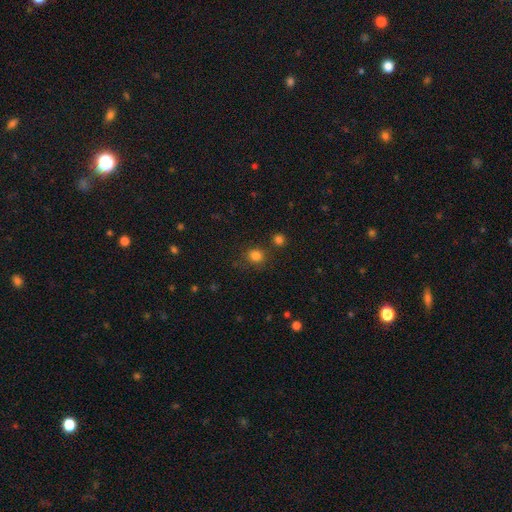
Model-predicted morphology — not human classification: Smooth or featured? Predicted: smooth (p=0.81). How rounded? Predicted: round (p=0.85). Merging? Predicted: none (p=0.79).